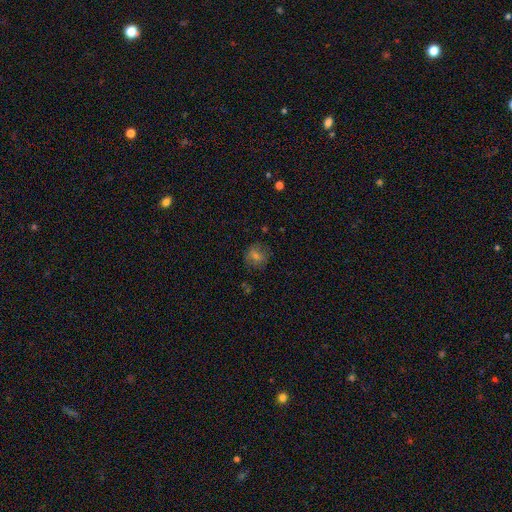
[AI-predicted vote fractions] smooth_or_featured: smooth (p=0.63) [alt: featured or disk p=0.19]
how_rounded: round (p=0.82) [alt: in between p=0.16]
merging: none (p=0.81) [alt: minor disturbance p=0.13]